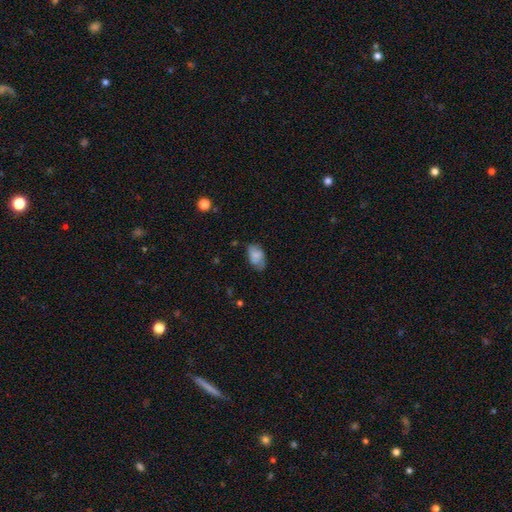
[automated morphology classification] smooth-or-featured: smooth: 73% | featured or disk: 19% | star or artifact: 8%
  how-rounded: in between: 92% | round: 6% | cigar-shaped: 2%
  merging: none: 58% | minor disturbance: 32% | major disturbance: 8% | merger: 2%